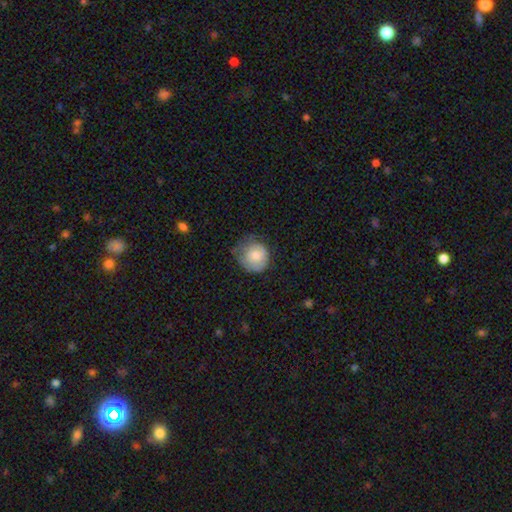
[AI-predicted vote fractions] smooth_or_featured: smooth (p=0.76) [alt: featured or disk p=0.17]
how_rounded: round (p=0.84) [alt: in between p=0.15]
merging: none (p=0.46) [alt: minor disturbance p=0.37]